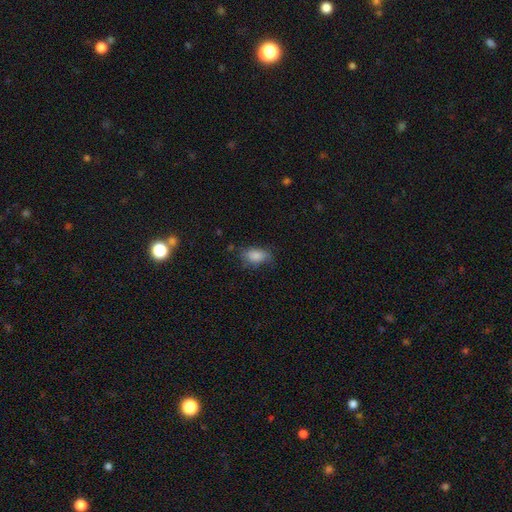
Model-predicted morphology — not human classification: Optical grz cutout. It shows a smooth galaxy with no disk features (83%) that is in between round and cigar-shaped (90%). Merging: none (60%).